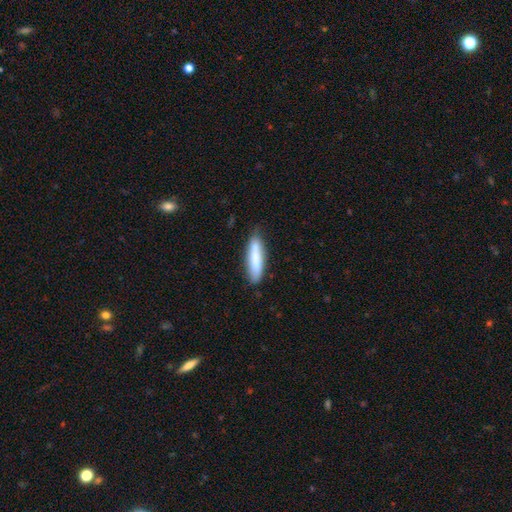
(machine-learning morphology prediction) A smooth galaxy with no disk features (78%) that is cigar-shaped (73%).

Vote fractions:
- Smooth or featured? smooth: 78% / featured or disk: 17% / star or artifact: 6%
- How rounded? cigar-shaped: 73% / in between: 26% / round: 1%
- Merging? none: 78% / minor disturbance: 17% / major disturbance: 3% / merger: 2%